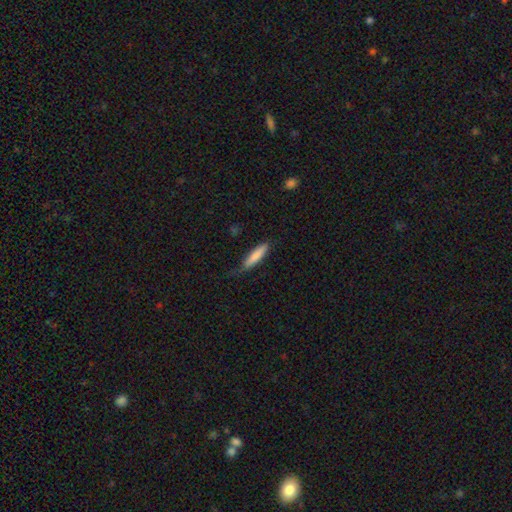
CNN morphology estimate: The model was most divided on "merging": none: 66%, minor disturbance: 26%, major disturbance: 6%, merger: 2%. More confident: smooth or featured — smooth (81%); how rounded — cigar-shaped (80%).